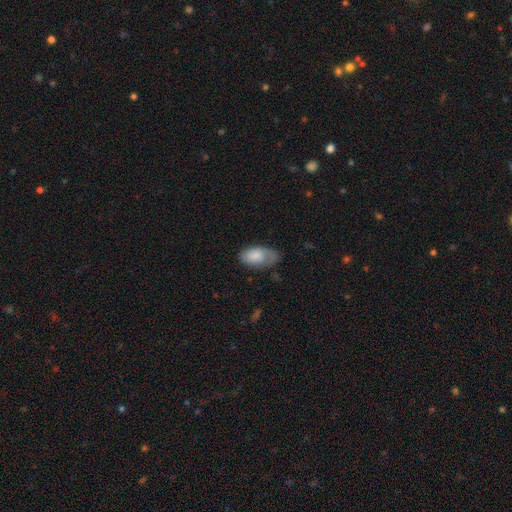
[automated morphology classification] The model was most divided on "merging": none: 50%, minor disturbance: 31%, major disturbance: 17%, merger: 2%. More confident: how rounded — in between (93%); smooth or featured — smooth (71%).